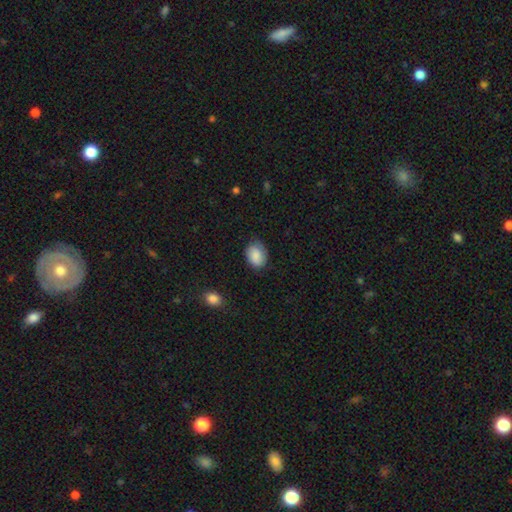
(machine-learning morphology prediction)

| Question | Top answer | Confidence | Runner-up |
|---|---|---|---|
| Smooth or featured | smooth | 85% | featured or disk (8%) |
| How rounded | in between | 68% | round (31%) |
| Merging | none | 75% | minor disturbance (20%) |